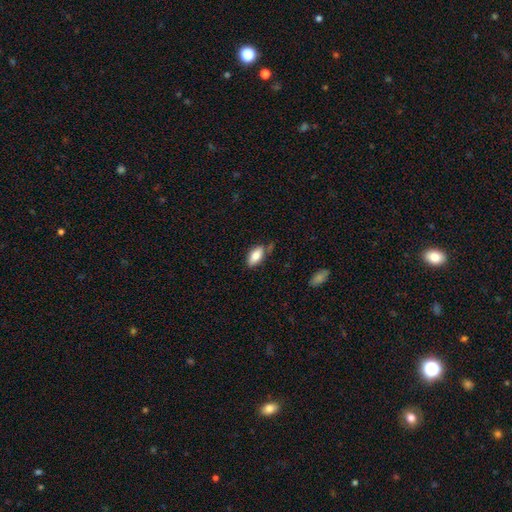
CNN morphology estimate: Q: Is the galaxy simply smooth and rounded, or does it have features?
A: smooth — 83%.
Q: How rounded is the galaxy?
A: in between — 90%.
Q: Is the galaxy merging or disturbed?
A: none — 65%.